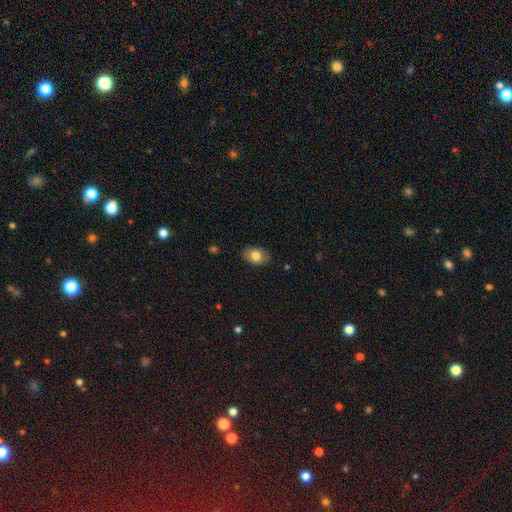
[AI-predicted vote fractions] Smooth or featured: smooth — 78% (featured or disk — 15%)
How rounded: in between — 86% (round — 13%)
Merging: none — 85% (minor disturbance — 12%)